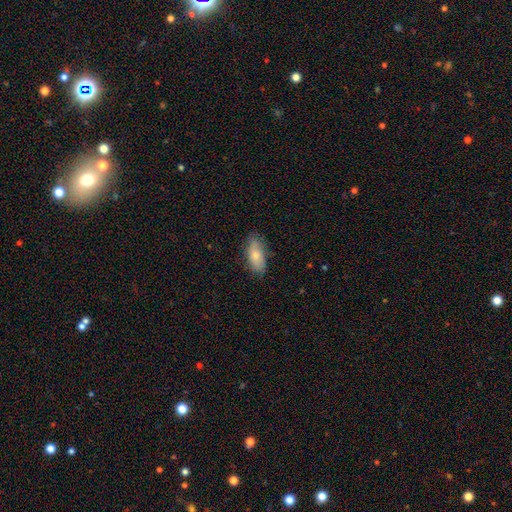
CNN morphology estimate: Smooth or featured?
  - smooth: 73% *
  - featured or disk: 21%
  - star or artifact: 6%
How rounded?
  - in between: 84% *
  - cigar-shaped: 13%
  - round: 3%
Merging?
  - none: 76% *
  - minor disturbance: 19%
  - major disturbance: 4%
  - merger: 1%